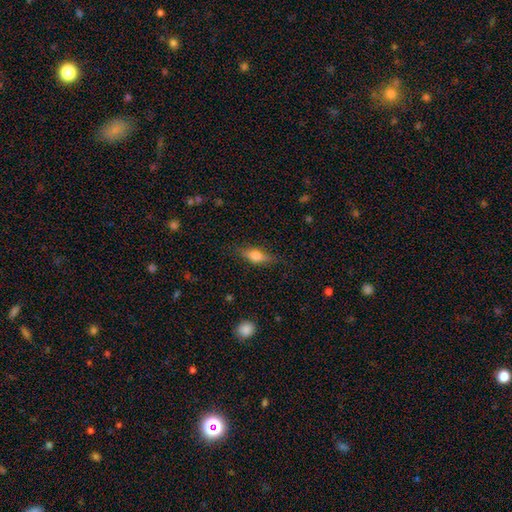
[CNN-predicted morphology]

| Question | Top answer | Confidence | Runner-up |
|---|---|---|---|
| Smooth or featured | smooth | 58% | featured or disk (34%) |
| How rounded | in between | 54% | cigar-shaped (40%) |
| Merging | none | 80% | minor disturbance (15%) |